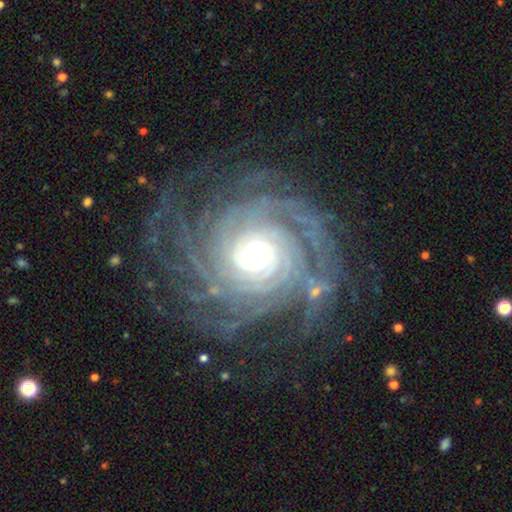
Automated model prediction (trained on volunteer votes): This appears to be a featured or disk galaxy (92%) with no bar (72%), more than 4 (36%) tight (83%) spiral arms (99%) and a small central bulge (57%). Merging: none (75%).